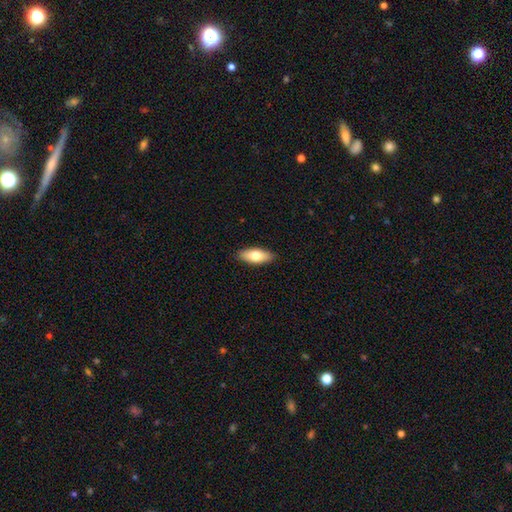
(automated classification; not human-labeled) Smooth or featured: smooth — 74% (featured or disk — 20%)
How rounded: in between — 77% (cigar-shaped — 20%)
Merging: none — 89% (minor disturbance — 8%)